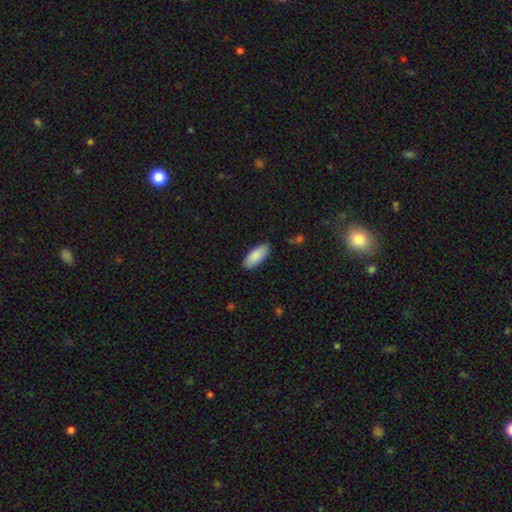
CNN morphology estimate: type=smooth (88%); roundness=in between (88%); merging=none (87%).